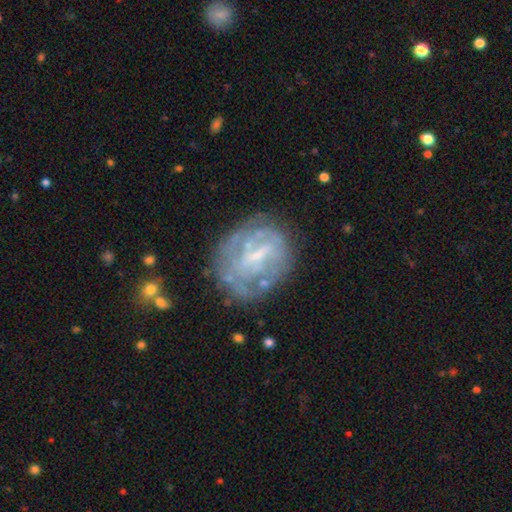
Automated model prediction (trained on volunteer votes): Morphology: type=featured or disk (70%); edge-on=no (97%); bar=weak (46%); spiral arms=no (52%); bulge=small (44%); merging=none (59%).